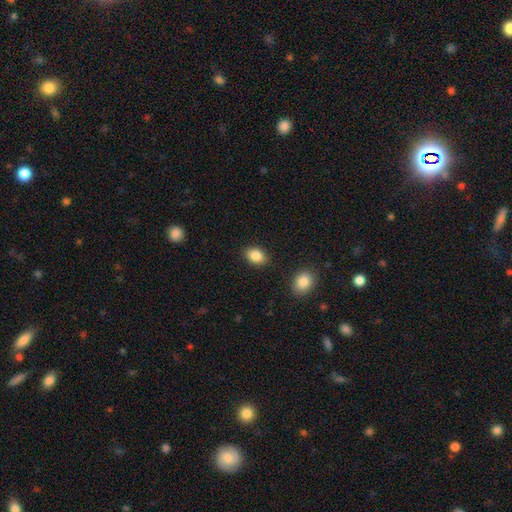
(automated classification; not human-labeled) smooth-or-featured: smooth: 86% | star or artifact: 8% | featured or disk: 5%
  how-rounded: in between: 79% | round: 20% | cigar-shaped: 1%
  merging: none: 86% | minor disturbance: 9% | major disturbance: 3% | merger: 2%